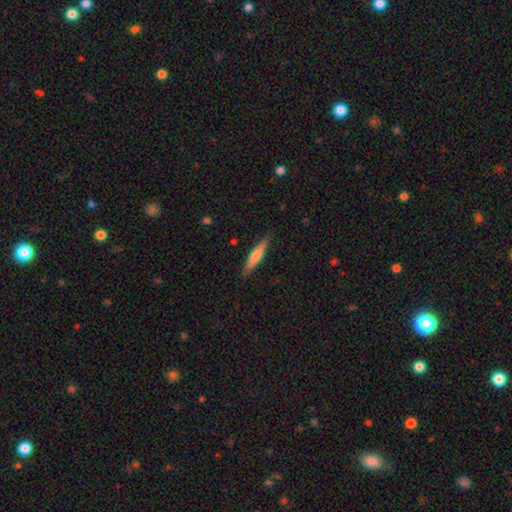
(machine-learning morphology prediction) Smooth or featured: smooth — 58% (featured or disk — 37%)
How rounded: cigar-shaped — 90% (in between — 9%)
Merging: none — 89% (minor disturbance — 8%)